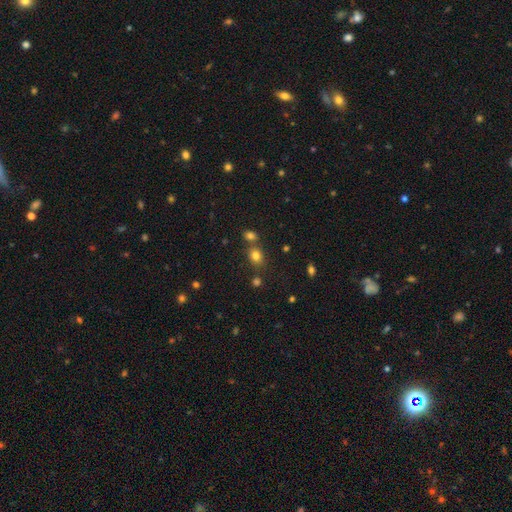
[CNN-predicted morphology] Smooth or featured: smooth — 78% (star or artifact — 15%)
How rounded: round — 57% (in between — 42%)
Merging: none — 67% (merger — 19%)